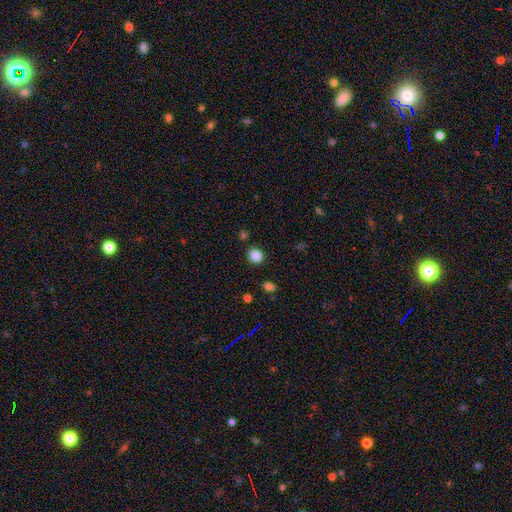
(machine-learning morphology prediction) Q: Smooth or featured?
A: smooth (86%); runner-up: star or artifact (11%)
Q: How rounded?
A: round (79%); runner-up: in between (20%)
Q: Merging?
A: none (86%); runner-up: minor disturbance (8%)